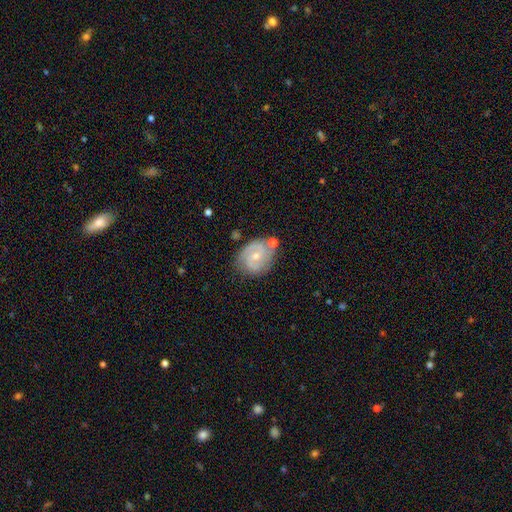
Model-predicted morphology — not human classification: Smooth or featured? featured or disk (80%)
Edge-on disk? no (98%)
Bar? no (57%)
Spiral arms? yes (94%)
Spiral winding? tight (47%)
Spiral arm count? 2 (76%)
Bulge size? small (55%)
Merging? none (67%)